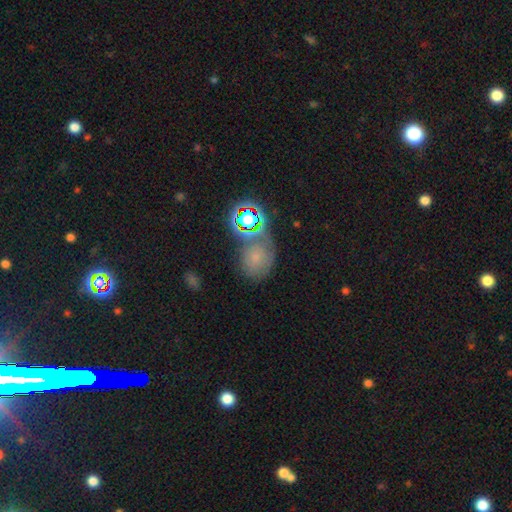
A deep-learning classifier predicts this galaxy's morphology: A smooth galaxy with no disk features (45%).

Vote fractions:
- Smooth or featured? smooth: 45% / star or artifact: 34% / featured or disk: 21%
- Merging? none: 59% / minor disturbance: 17% / merger: 15% / major disturbance: 8%